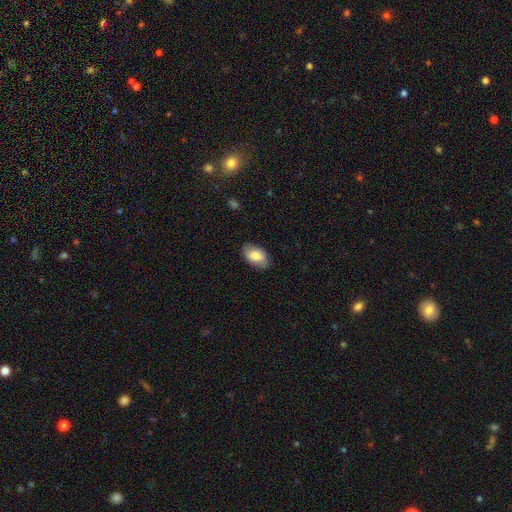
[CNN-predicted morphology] The model was most divided on "smooth or featured": smooth: 80%, featured or disk: 13%, star or artifact: 6%. More confident: how rounded — in between (93%); merging — none (82%).